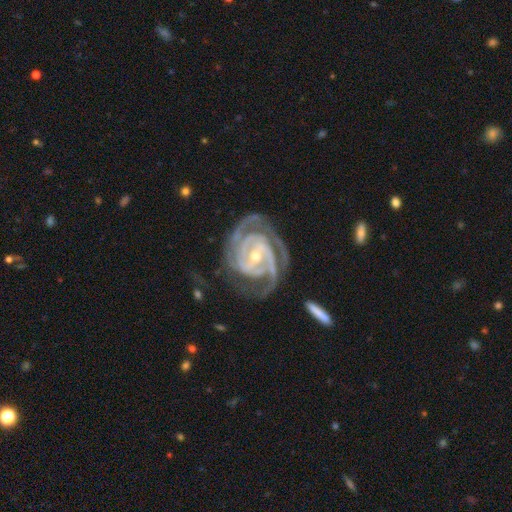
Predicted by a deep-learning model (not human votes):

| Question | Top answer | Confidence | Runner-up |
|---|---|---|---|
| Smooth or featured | featured or disk | 94% | star or artifact (4%) |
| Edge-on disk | no | 98% | yes (2%) |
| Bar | weak | 41% | strong (32%) |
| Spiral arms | yes | 99% | no (1%) |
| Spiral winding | tight | 66% | medium (30%) |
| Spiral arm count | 2 | 43% | 3 (33%) |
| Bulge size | small | 51% | moderate (46%) |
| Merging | none | 70% | minor disturbance (18%) |